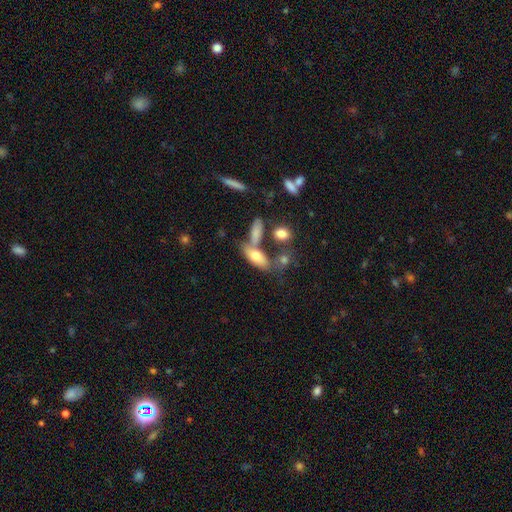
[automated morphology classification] Q: Smooth or featured?
A: smooth (71%); runner-up: featured or disk (21%)
Q: How rounded?
A: in between (77%); runner-up: cigar-shaped (19%)
Q: Merging?
A: none (45%); runner-up: merger (32%)